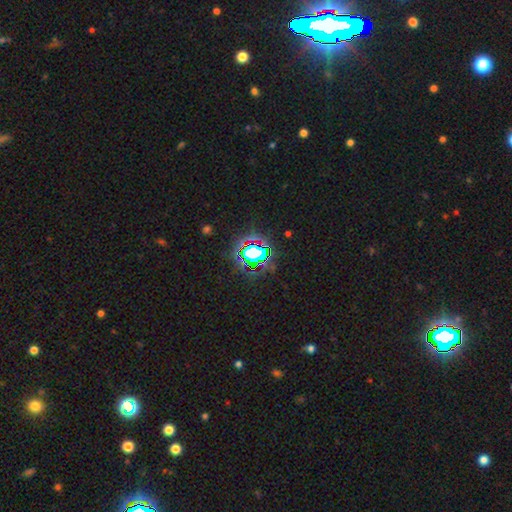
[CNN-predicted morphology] type=star or artifact (73%).